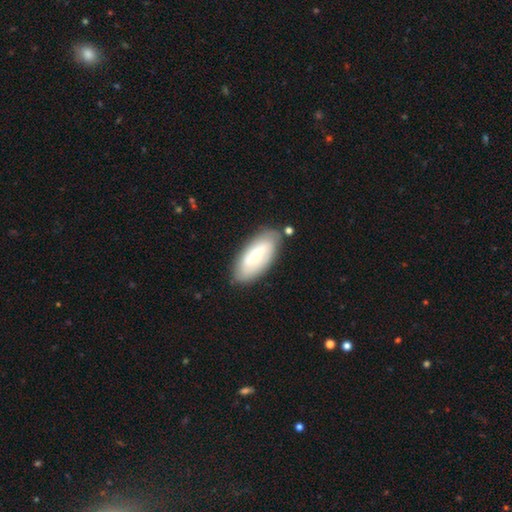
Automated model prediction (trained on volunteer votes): This is possibly a smooth galaxy (49%). Merging: clearly none (81%).